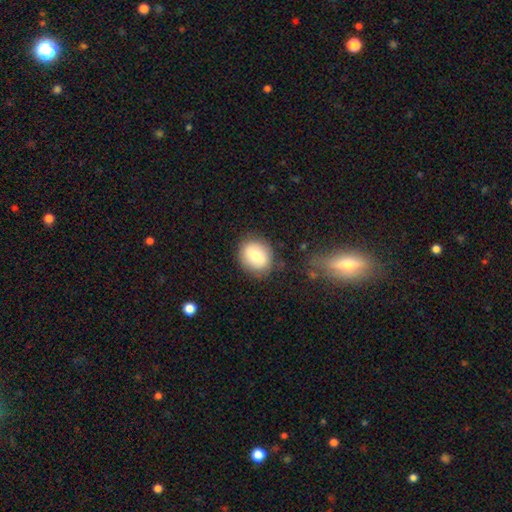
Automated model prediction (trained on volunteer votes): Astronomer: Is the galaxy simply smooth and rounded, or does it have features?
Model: smooth — 70%.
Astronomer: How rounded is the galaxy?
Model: round — 62%.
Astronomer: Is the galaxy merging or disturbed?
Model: none — 82%.